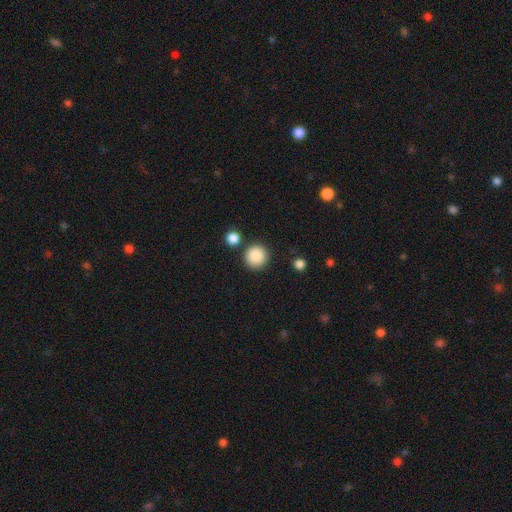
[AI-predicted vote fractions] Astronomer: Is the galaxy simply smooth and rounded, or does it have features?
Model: smooth — 88%.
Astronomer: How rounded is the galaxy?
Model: round — 94%.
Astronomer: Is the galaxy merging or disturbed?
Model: none — 86%.